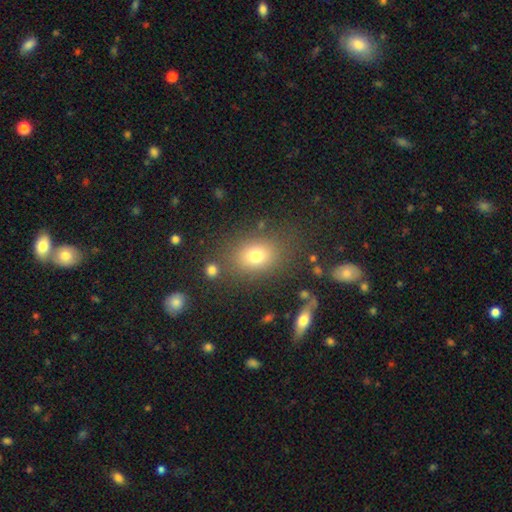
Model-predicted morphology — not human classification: Smooth or featured: smooth — 75% (star or artifact — 14%)
How rounded: in between — 62% (round — 36%)
Merging: none — 78% (minor disturbance — 12%)